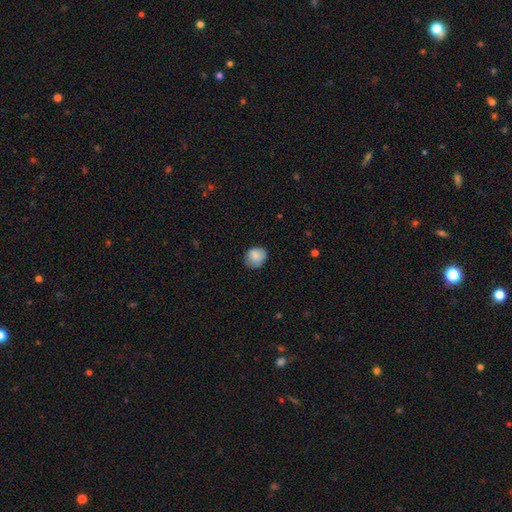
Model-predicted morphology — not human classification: Overall: smooth (85%). How rounded: round (70%). Merging: none (72%).